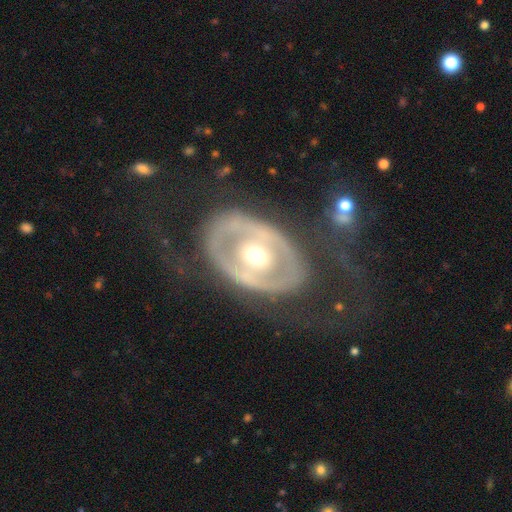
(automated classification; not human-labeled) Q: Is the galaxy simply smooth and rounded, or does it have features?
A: featured or disk — 75%.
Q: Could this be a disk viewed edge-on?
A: no — 93%.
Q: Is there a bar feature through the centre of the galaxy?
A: no — 55%.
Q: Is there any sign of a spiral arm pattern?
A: no — 73%.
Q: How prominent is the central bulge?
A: moderate — 70%.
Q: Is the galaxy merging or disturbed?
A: none — 62%.